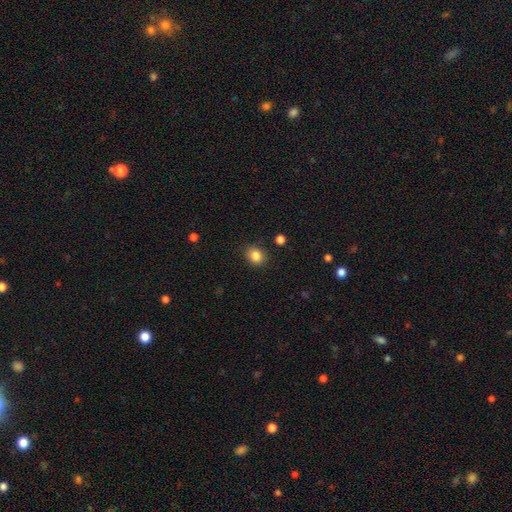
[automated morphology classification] This appears to be a smooth galaxy with no disk features (85%) that is round (61%). Merging: none (86%).